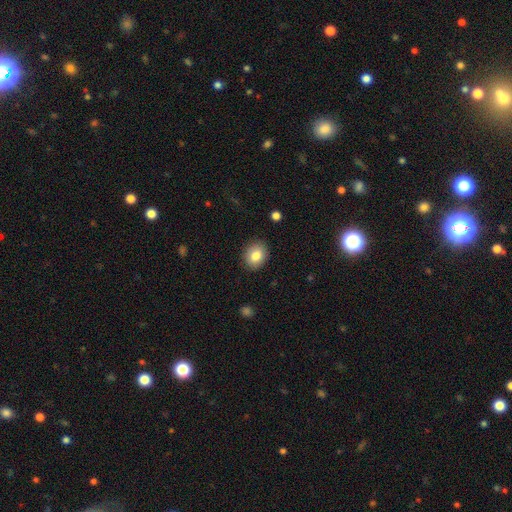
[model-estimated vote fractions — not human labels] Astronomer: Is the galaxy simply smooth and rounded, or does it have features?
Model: smooth — 82%.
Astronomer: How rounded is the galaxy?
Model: round — 54% (runner-up: in between, 45%).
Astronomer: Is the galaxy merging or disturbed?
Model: none — 88%.